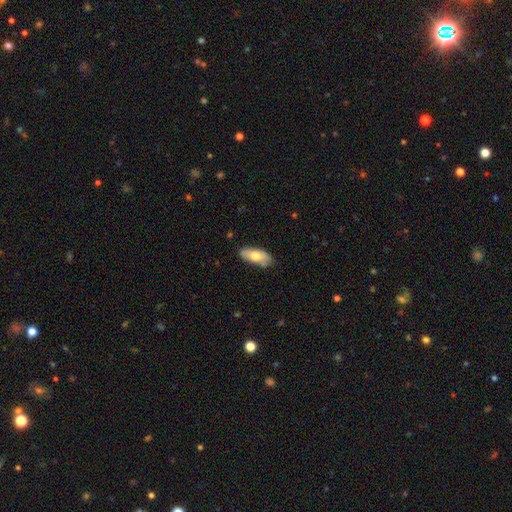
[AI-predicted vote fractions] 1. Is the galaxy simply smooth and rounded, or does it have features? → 71% smooth, 23% featured or disk, 6% star or artifact.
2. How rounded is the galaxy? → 83% in between, 14% cigar-shaped, 2% round.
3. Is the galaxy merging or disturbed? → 77% none, 18% minor disturbance, 3% major disturbance, 2% merger.